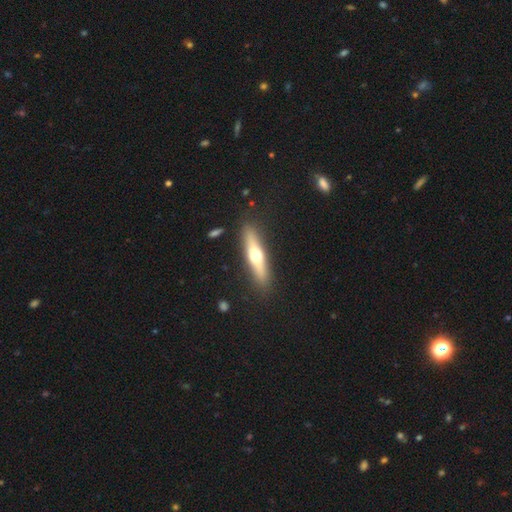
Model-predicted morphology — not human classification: Overall: featured or disk (52%; smooth 43%). Edge-on disk: yes (90%). Merging: none (87%).